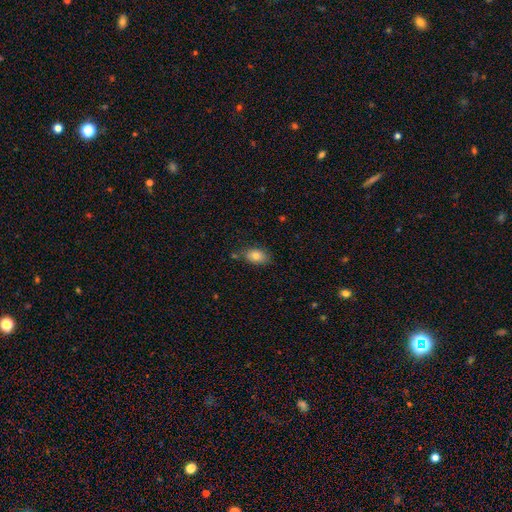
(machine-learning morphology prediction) This is clearly a smooth galaxy (81%). How rounded: clearly in between (87%). Merging: likely none (73%).